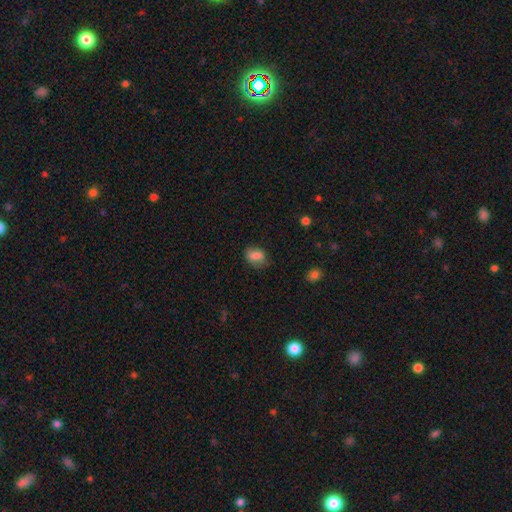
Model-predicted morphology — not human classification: This appears to be a smooth galaxy with no disk features (80%) that is in between round and cigar-shaped (74%). Merging: none (65%).